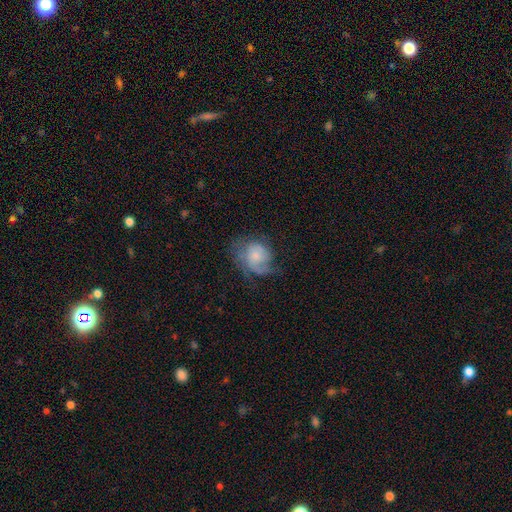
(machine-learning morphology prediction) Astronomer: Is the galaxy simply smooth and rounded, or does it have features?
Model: featured or disk — 54% (runner-up: smooth, 38%).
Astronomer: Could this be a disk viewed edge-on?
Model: no — 97%.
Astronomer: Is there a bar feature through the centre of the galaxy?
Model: no — 75%.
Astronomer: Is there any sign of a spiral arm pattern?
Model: yes — 82%.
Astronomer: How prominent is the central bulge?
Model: small — 51% (runner-up: moderate, 30%).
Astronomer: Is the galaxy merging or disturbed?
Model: none — 44% (runner-up: major disturbance, 28%).